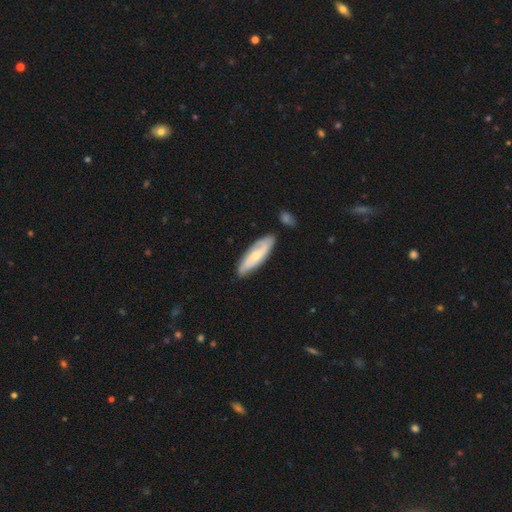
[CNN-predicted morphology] smooth_or_featured: smooth (p=0.48) [alt: featured or disk p=0.46]
merging: none (p=0.79) [alt: minor disturbance p=0.14]